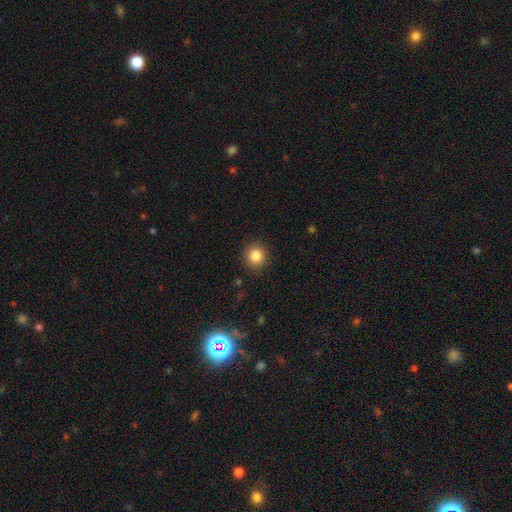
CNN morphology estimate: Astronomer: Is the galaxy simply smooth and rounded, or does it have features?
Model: smooth — 85%.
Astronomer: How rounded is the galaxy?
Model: round — 91%.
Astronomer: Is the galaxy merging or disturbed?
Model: none — 90%.